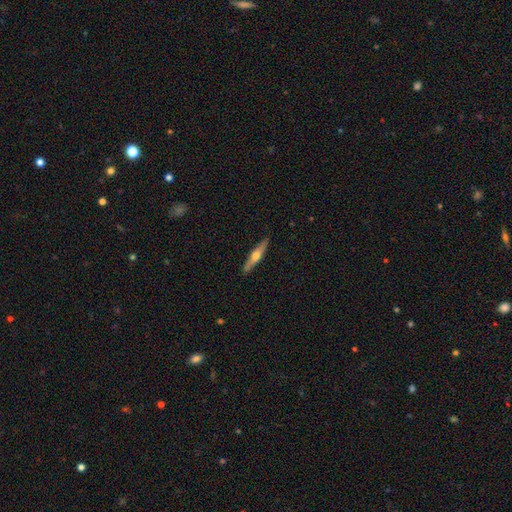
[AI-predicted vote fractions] Overall: featured or disk (55%; smooth 40%). Edge-on disk: yes (93%). Edge-on bulge: rounded (91%). Merging: none (89%).